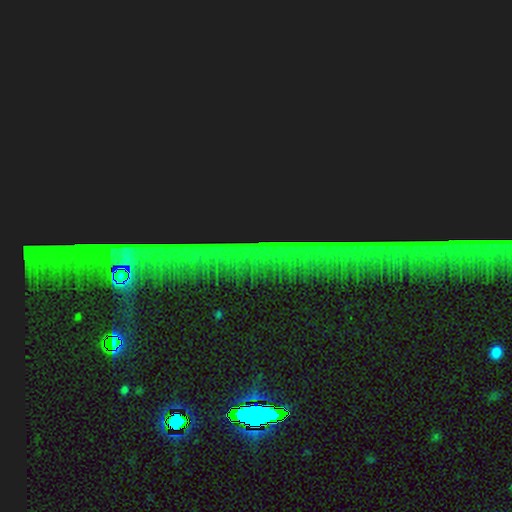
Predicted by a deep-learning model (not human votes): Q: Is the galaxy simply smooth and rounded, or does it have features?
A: star or artifact — 85%.